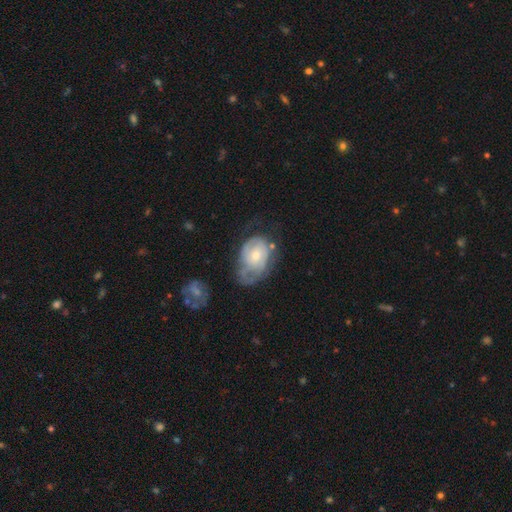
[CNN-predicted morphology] smooth-or-featured: featured or disk: 64% | smooth: 30% | star or artifact: 6%
  disk-edge-on: no: 96% | yes: 4%
    bar: no: 75% | weak: 22% | strong: 3%
    has-spiral-arms: yes: 73% | no: 27%
    bulge-size: small: 50% | moderate: 44% | large: 3% | none: 2% | dominant: 1%
  merging: none: 34% | major disturbance: 30% | minor disturbance: 30% | merger: 5%